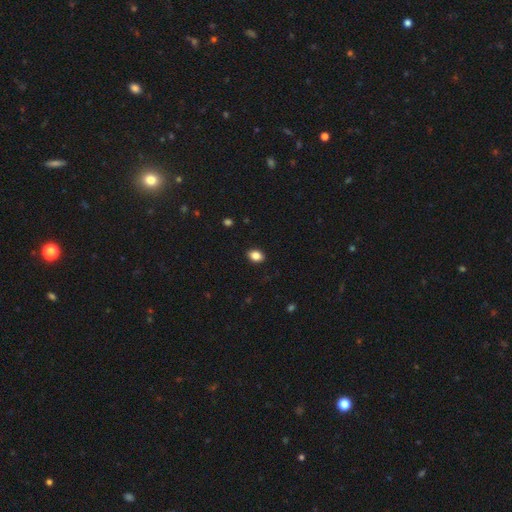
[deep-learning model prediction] Q: Smooth or featured?
A: smooth (85%); runner-up: star or artifact (9%)
Q: How rounded?
A: in between (74%); runner-up: round (25%)
Q: Merging?
A: none (89%); runner-up: minor disturbance (8%)